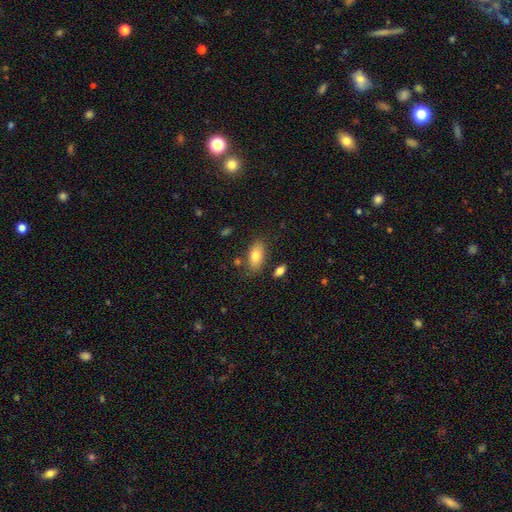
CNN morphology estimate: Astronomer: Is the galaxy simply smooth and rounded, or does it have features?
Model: smooth — 81%.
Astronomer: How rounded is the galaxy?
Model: in between — 90%.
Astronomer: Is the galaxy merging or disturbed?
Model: none — 79%.